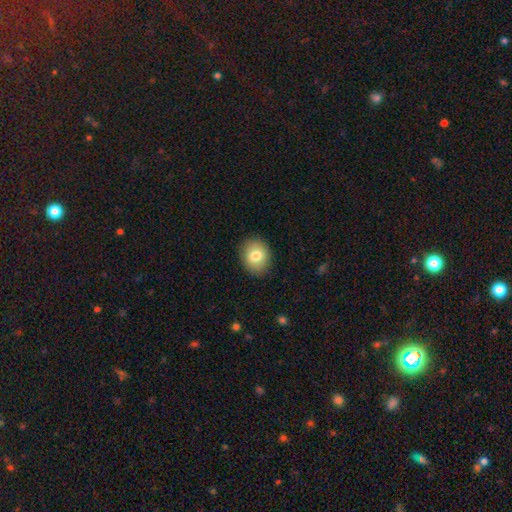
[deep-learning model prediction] A smooth galaxy with no disk features (80%) that is round (54%).

Vote fractions:
- Smooth or featured? smooth: 80% / featured or disk: 12% / star or artifact: 8%
- How rounded? round: 54% / in between: 45% / cigar-shaped: 1%
- Merging? none: 88% / minor disturbance: 9% / major disturbance: 2% / merger: 1%